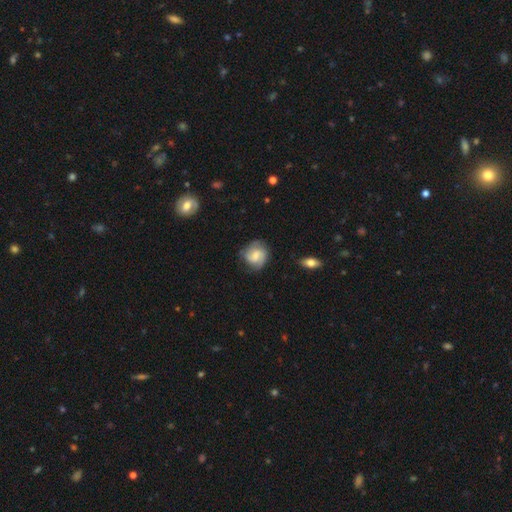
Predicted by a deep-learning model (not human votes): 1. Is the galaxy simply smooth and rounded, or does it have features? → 53% featured or disk, 40% smooth, 7% star or artifact.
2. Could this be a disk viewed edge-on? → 97% no, 3% yes.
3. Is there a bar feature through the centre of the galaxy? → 47% weak, 43% no, 10% strong.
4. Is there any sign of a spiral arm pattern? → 89% yes, 11% no.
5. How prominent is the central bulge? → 43% moderate, 40% small, 9% none, 6% large, 1% dominant.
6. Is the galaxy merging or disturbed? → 72% none, 21% minor disturbance, 6% major disturbance, 2% merger.